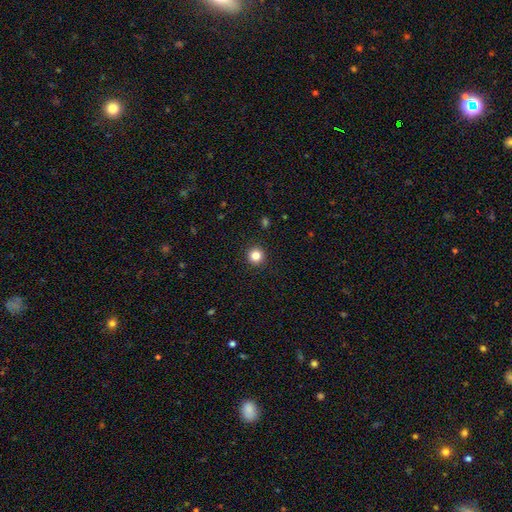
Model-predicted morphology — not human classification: A smooth galaxy with no disk features (83%) that is round (95%). Merging: none (93%).